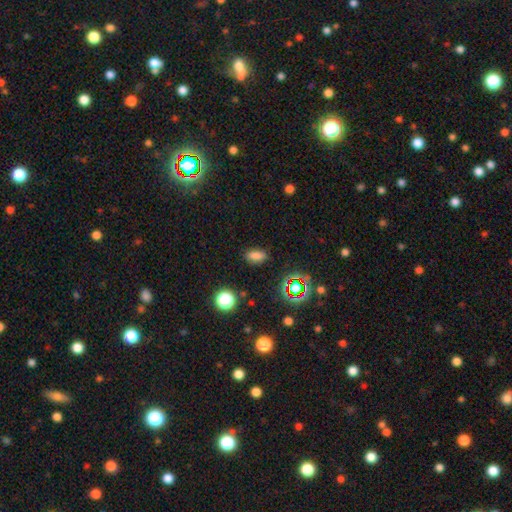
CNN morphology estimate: Overall: smooth (74%). How rounded: in between (84%). Merging: none (85%).